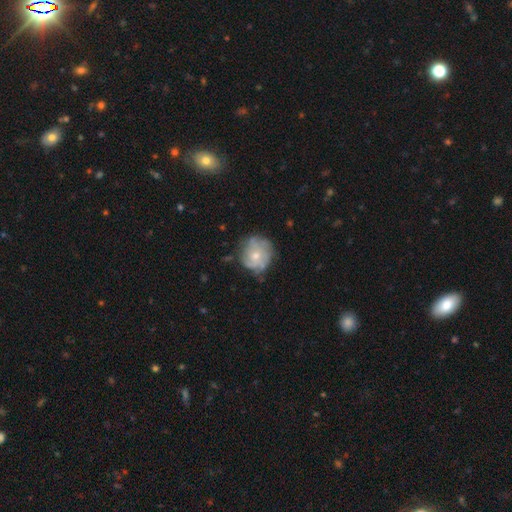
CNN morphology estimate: smooth-or-featured: featured or disk: 61% | smooth: 31% | star or artifact: 8%
  disk-edge-on: no: 98% | yes: 2%
    bar: no: 84% | weak: 14% | strong: 2%
    has-spiral-arms: yes: 76% | no: 24%
    bulge-size: small: 57% | moderate: 39% | large: 1% | none: 1% | dominant: 1%
  merging: none: 66% | minor disturbance: 23% | major disturbance: 9% | merger: 2%